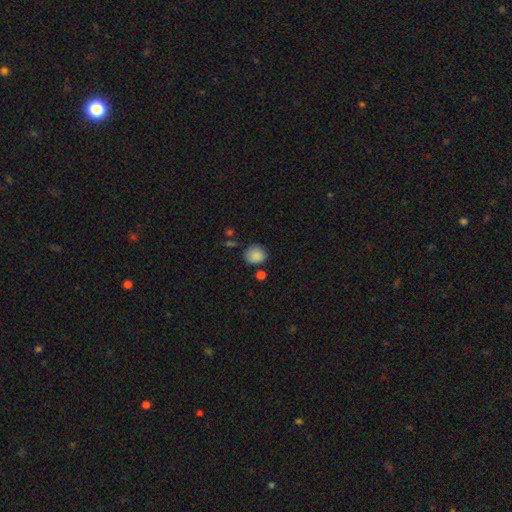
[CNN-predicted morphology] Overall: smooth (87%). How rounded: round (77%). Merging: none (76%).